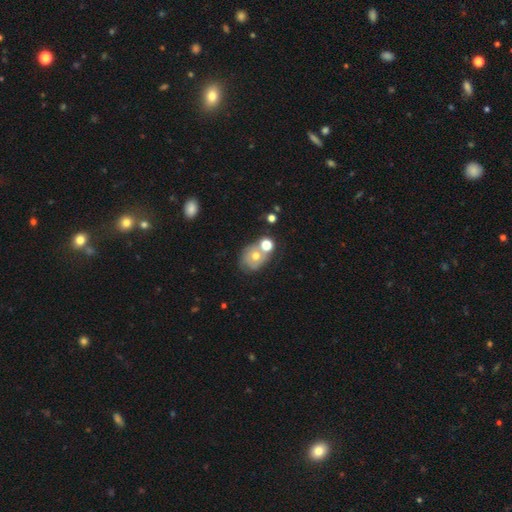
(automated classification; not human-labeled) Smooth or featured? smooth (53%)
How rounded? round (58%)
Merging? none (41%)